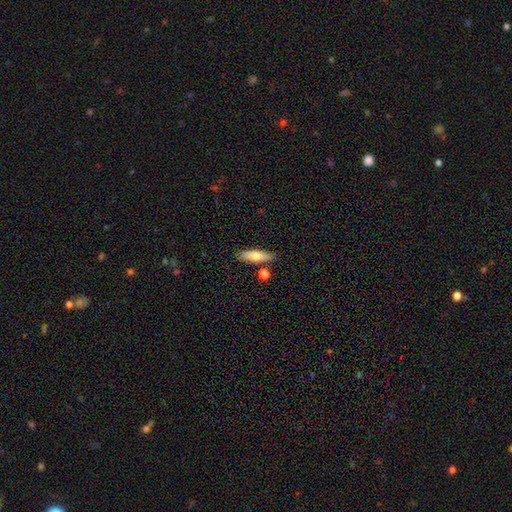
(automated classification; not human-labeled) Overall: smooth (71%). How rounded: cigar-shaped (54%; in between 43%). Merging: none (80%).